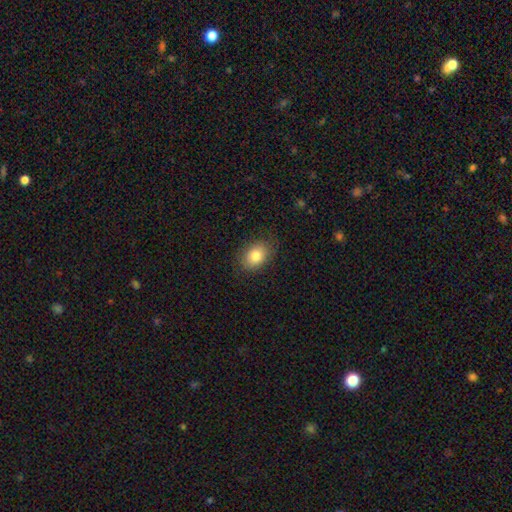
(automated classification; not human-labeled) Smooth or featured? smooth (83%)
How rounded? in between (76%)
Merging? none (81%)